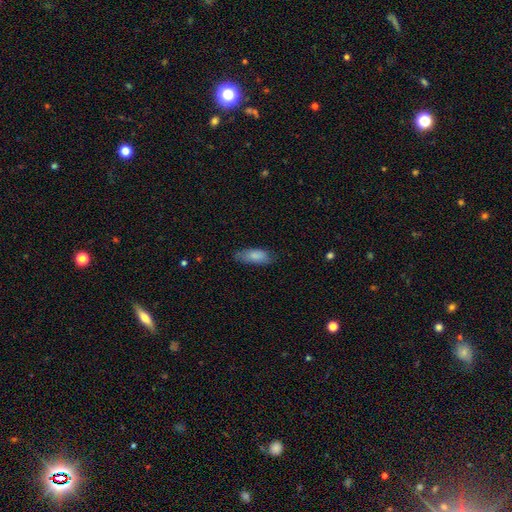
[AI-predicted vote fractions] Morphology: type=smooth (82%); roundness=in between (78%); merging=none (69%).